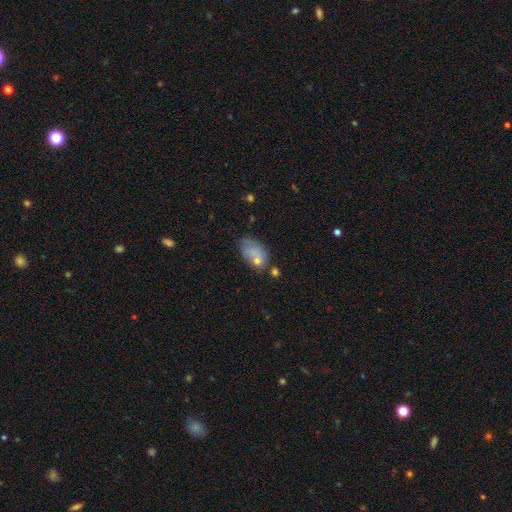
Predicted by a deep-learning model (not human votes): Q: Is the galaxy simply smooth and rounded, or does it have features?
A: smooth — 68%.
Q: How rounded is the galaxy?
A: in between — 86%.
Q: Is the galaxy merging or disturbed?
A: none — 38%.